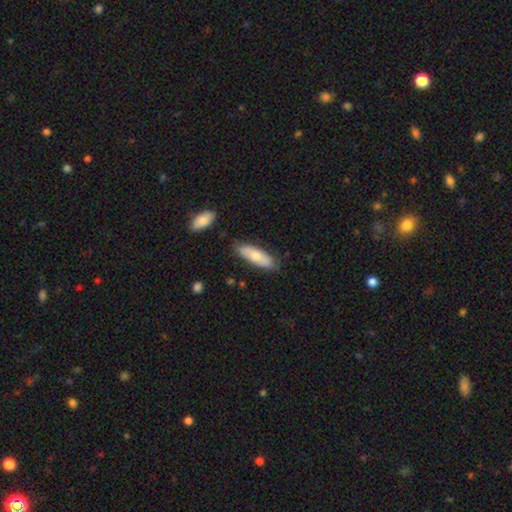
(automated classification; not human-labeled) Overall: smooth (68%). How rounded: in between (58%; cigar-shaped 40%). Merging: none (77%).